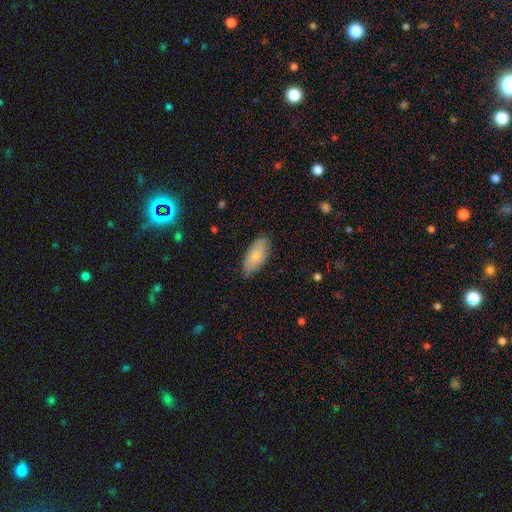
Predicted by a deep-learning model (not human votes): Q: Smooth or featured?
A: smooth (77%); runner-up: featured or disk (17%)
Q: How rounded?
A: in between (89%); runner-up: cigar-shaped (9%)
Q: Merging?
A: none (75%); runner-up: minor disturbance (21%)